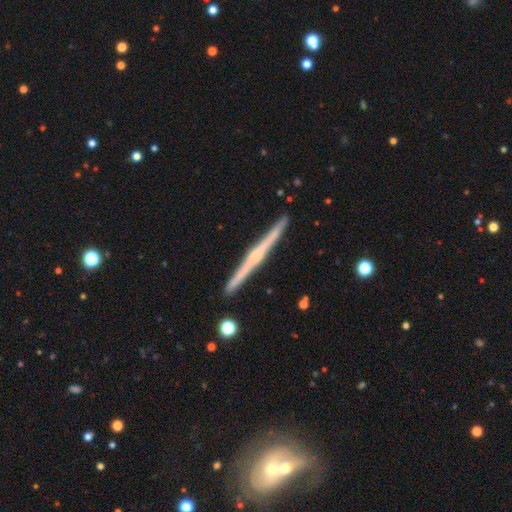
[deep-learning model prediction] This is likely a featured or disk galaxy (79%). It is clearly viewed edge-on (99%). Edge-on bulge: likely rounded (62%). Merging: clearly none (92%).